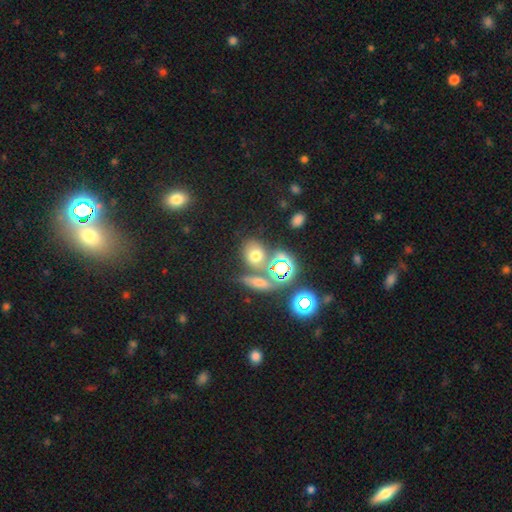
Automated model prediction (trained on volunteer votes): This is possibly a smooth galaxy (59%). How rounded: possibly round (50%). Merging: possibly none (56%).